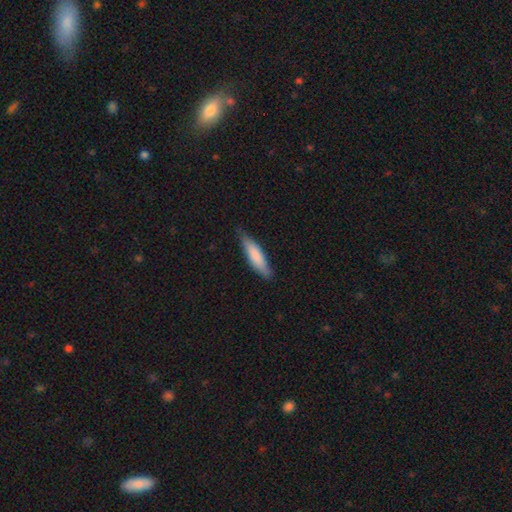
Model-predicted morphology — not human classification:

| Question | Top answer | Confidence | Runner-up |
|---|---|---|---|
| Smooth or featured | smooth | 77% | featured or disk (18%) |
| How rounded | cigar-shaped | 70% | in between (28%) |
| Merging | none | 78% | minor disturbance (18%) |